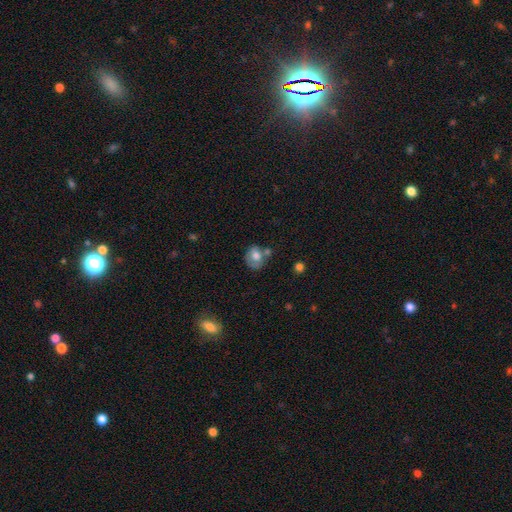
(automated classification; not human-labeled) A smooth galaxy with no disk features (68%) that is round (56%). Merging: none (45%).